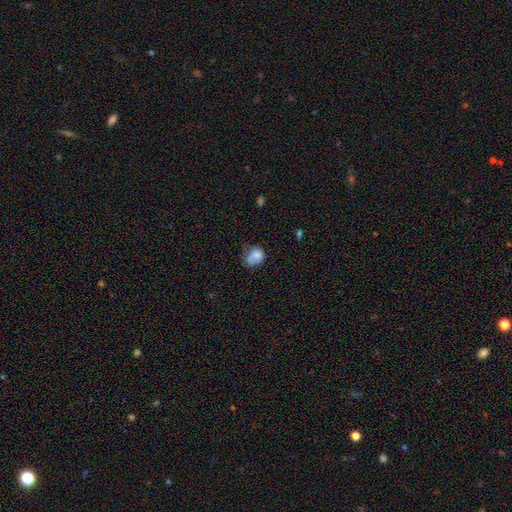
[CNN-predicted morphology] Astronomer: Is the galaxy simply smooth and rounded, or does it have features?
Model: smooth — 76%.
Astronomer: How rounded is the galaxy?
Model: round — 57% (runner-up: in between, 42%).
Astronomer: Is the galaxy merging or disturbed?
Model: none — 39% (runner-up: minor disturbance, 32%).